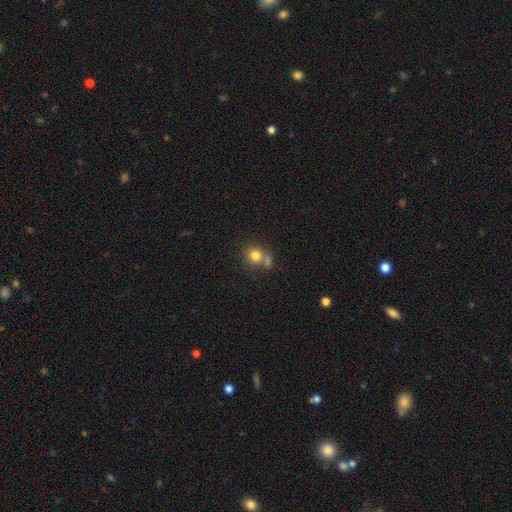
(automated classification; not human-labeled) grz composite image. It shows a smooth galaxy with no disk features (80%) that is round (86%). Merging: none (54%).